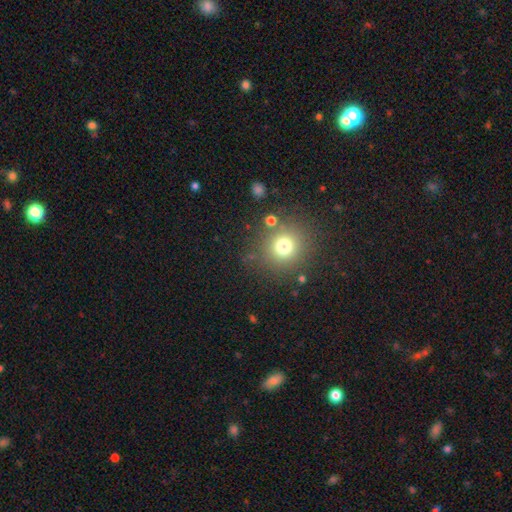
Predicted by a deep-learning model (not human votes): Morphology: type=smooth (64%); roundness=round (89%); merging=none (84%).